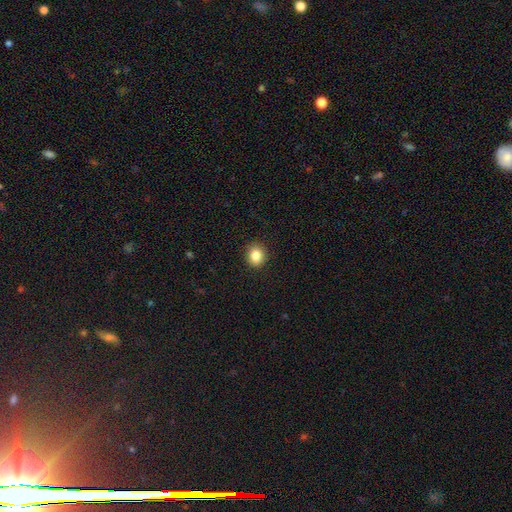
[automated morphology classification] The model was most divided on "how rounded": round: 71%, in between: 28%, cigar-shaped: 1%. More confident: merging — none (91%); smooth or featured — smooth (85%).